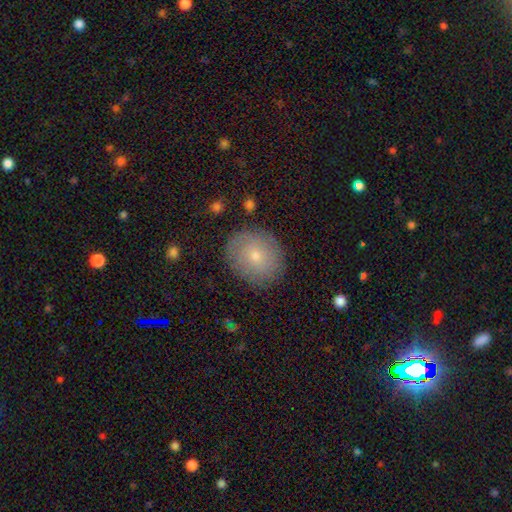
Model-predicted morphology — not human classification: Smooth or featured? smooth (62%)
How rounded? round (69%)
Merging? none (84%)